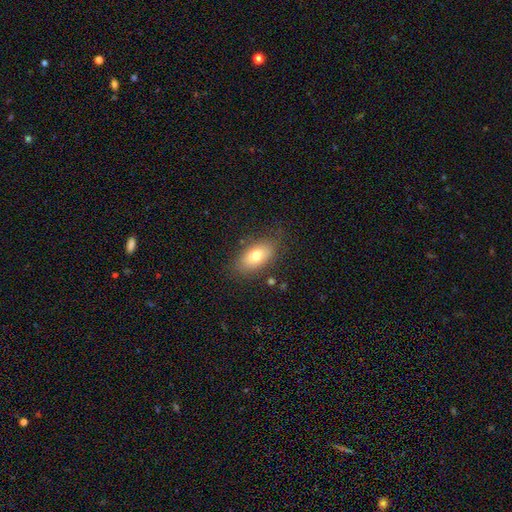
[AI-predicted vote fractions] Morphology: type=smooth (74%); roundness=in between (88%); merging=none (79%).